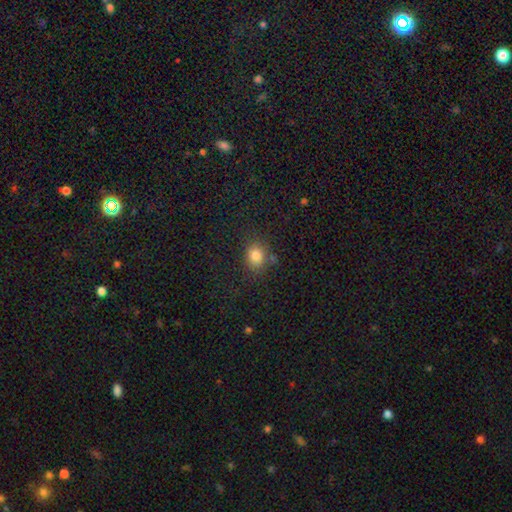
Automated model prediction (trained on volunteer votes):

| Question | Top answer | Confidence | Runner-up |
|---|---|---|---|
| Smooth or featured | smooth | 82% | star or artifact (12%) |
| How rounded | round | 59% | in between (40%) |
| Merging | none | 76% | minor disturbance (14%) |